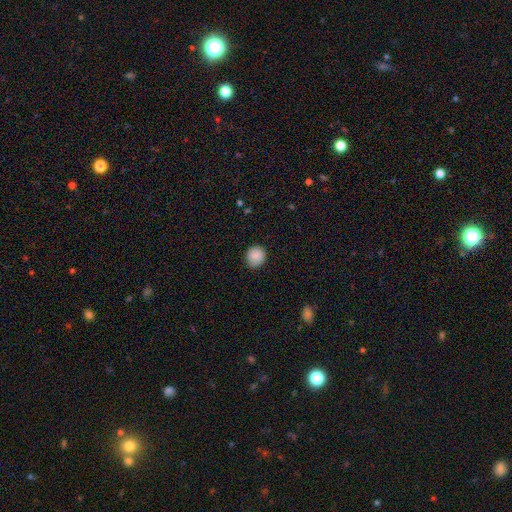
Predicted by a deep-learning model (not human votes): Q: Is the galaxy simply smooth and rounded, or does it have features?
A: smooth — 88%.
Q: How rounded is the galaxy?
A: round — 86%.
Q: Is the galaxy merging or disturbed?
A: none — 84%.